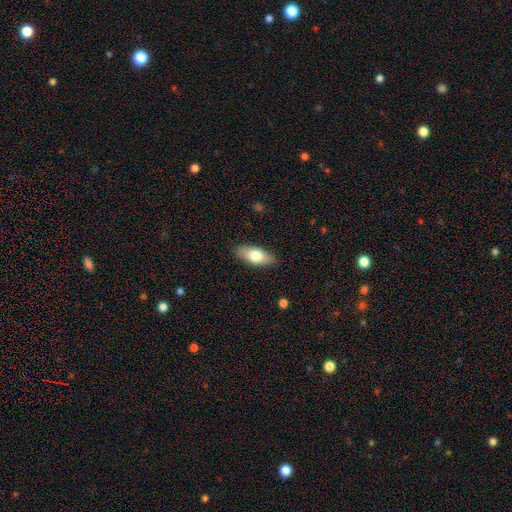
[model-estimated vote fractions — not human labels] smooth 71%, featured or disk 23%, star or artifact 6%. Down the decision tree: how rounded — in between (82%); merging — none (87%).